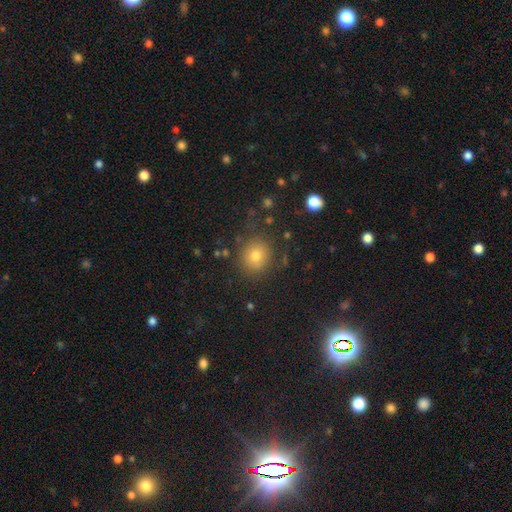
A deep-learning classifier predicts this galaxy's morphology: Smooth or featured? smooth (73%)
How rounded? round (83%)
Merging? none (84%)